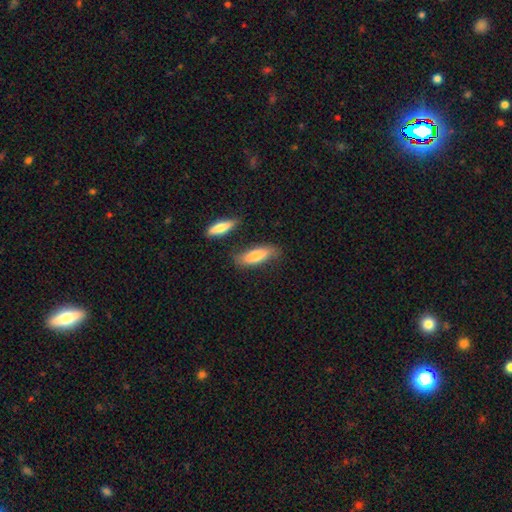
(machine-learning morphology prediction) A smooth galaxy with no disk features (76%) that is in between round and cigar-shaped (57%).

Vote fractions:
- Smooth or featured? smooth: 76% / featured or disk: 18% / star or artifact: 6%
- How rounded? in between: 57% / cigar-shaped: 41% / round: 2%
- Merging? none: 73% / minor disturbance: 16% / merger: 7% / major disturbance: 4%